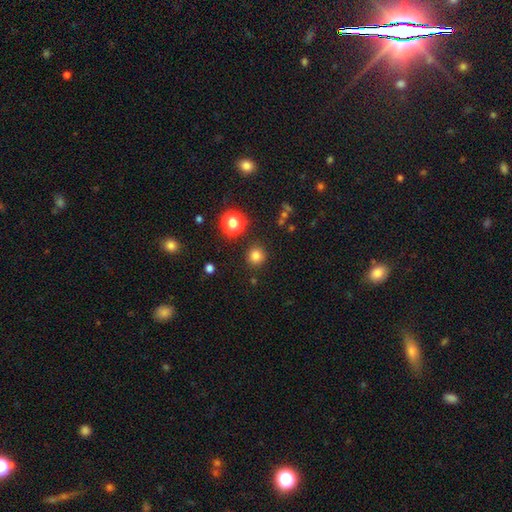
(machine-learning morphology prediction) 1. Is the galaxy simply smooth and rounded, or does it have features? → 80% smooth, 15% star or artifact, 4% featured or disk.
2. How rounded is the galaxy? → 92% round, 7% in between, 1% cigar-shaped.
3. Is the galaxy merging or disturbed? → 89% none, 6% minor disturbance, 2% major disturbance, 2% merger.